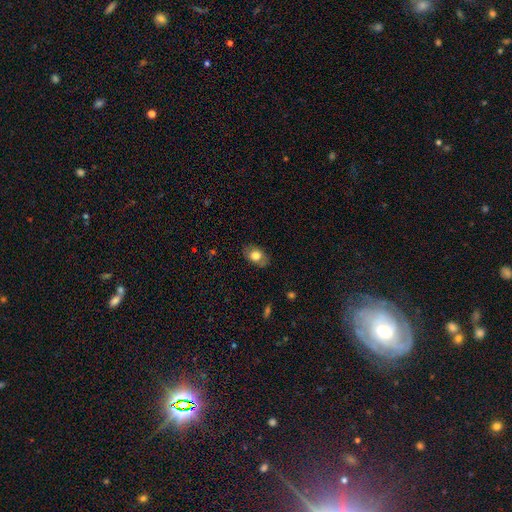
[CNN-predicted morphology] Q: Smooth or featured?
A: smooth (73%); runner-up: featured or disk (19%)
Q: How rounded?
A: in between (82%); runner-up: round (16%)
Q: Merging?
A: none (81%); runner-up: minor disturbance (14%)